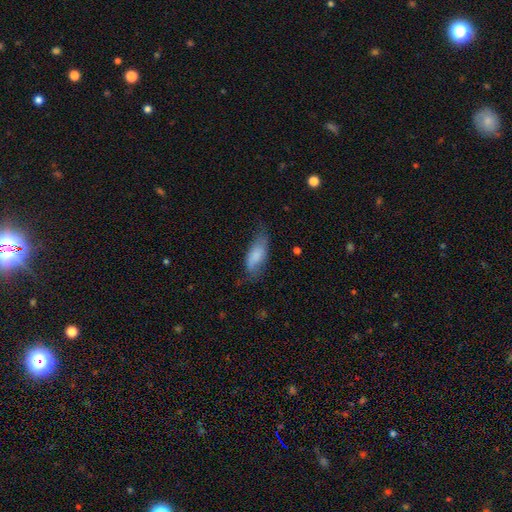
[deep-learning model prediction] Smooth or featured: smooth — 76% (featured or disk — 17%)
How rounded: in between — 76% (cigar-shaped — 21%)
Merging: none — 51% (minor disturbance — 33%)